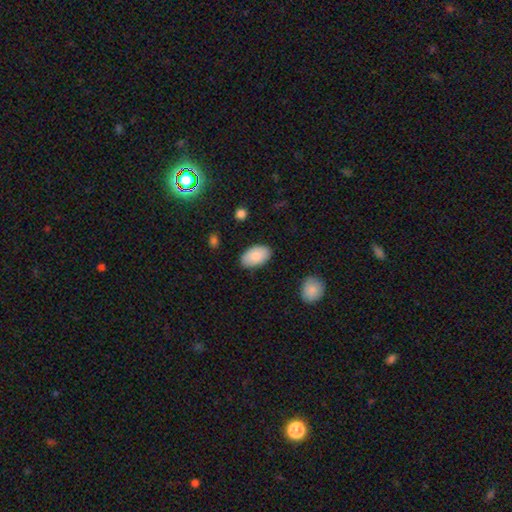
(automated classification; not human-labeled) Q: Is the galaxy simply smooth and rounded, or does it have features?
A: smooth — 88%.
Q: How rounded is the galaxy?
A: in between — 95%.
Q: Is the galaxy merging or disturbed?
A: none — 85%.